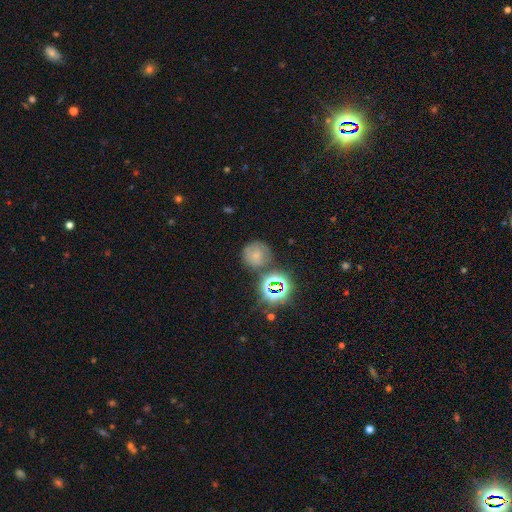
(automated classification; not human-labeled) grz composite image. It shows a smooth galaxy with no disk features (56%) that is round (89%). Merging: none (63%).